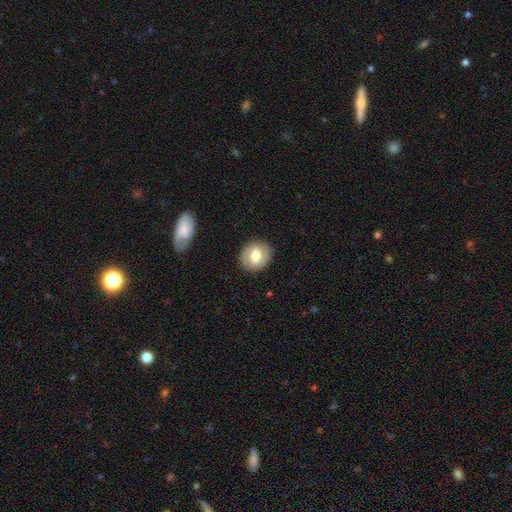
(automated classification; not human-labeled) A smooth galaxy with no disk features (56%) that is round (69%). Merging: none (85%).